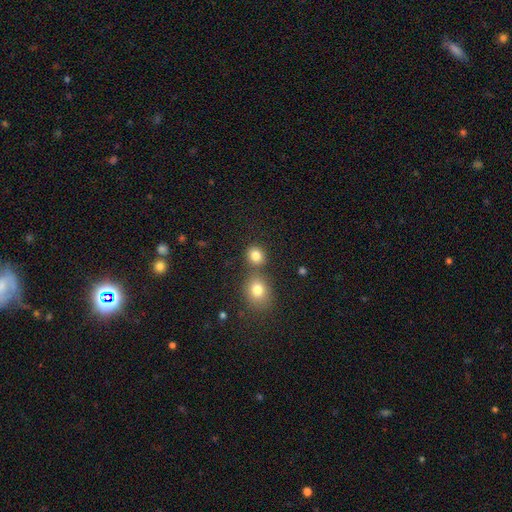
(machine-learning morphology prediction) This appears to be a smooth galaxy with no disk features (81%) that is round (77%). Merging: none (63%).